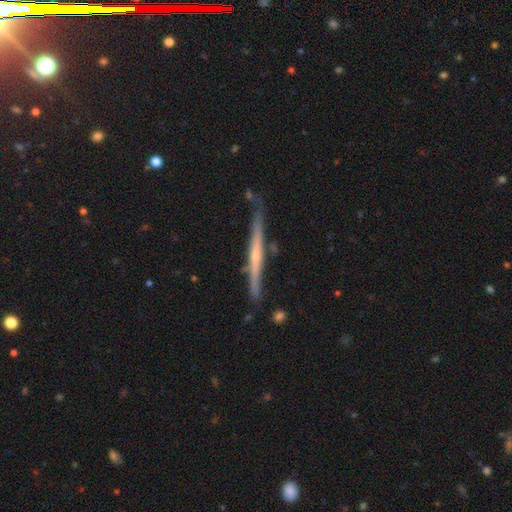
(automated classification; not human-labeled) This is likely a featured or disk galaxy (72%). It is clearly viewed edge-on (97%). Edge-on bulge: possibly rounded (50%). Merging: likely none (79%).